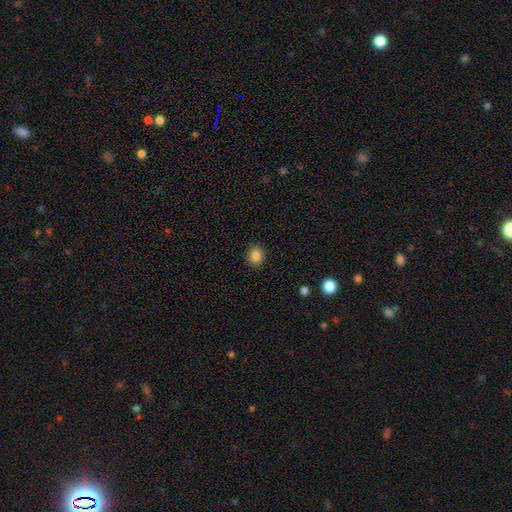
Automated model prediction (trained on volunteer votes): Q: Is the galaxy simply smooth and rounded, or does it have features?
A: smooth — 85%.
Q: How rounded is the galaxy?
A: round — 79%.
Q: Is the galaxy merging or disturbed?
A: none — 90%.